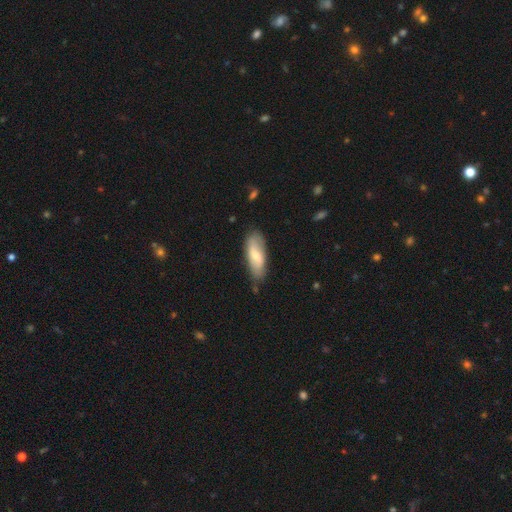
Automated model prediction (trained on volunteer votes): Smooth or featured? smooth (63%)
How rounded? in between (74%)
Merging? none (74%)